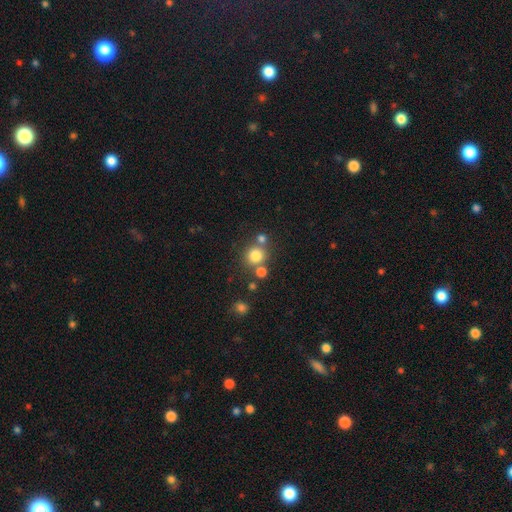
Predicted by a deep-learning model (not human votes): smooth 79%, star or artifact 13%, featured or disk 8%. Down the decision tree: how rounded — round (89%); merging — none (68%).